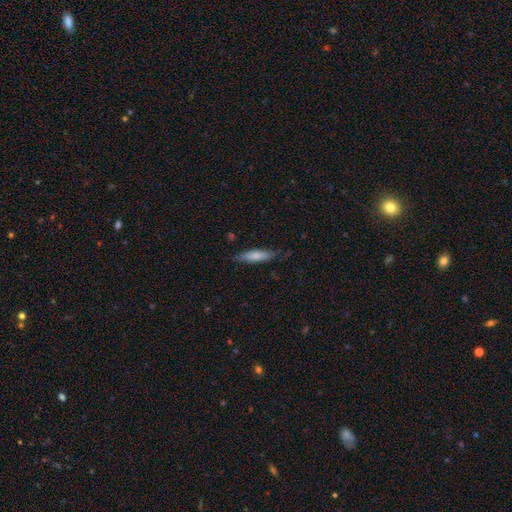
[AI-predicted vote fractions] Smooth or featured: smooth — 73% (featured or disk — 22%)
How rounded: cigar-shaped — 71% (in between — 27%)
Merging: none — 78% (minor disturbance — 17%)